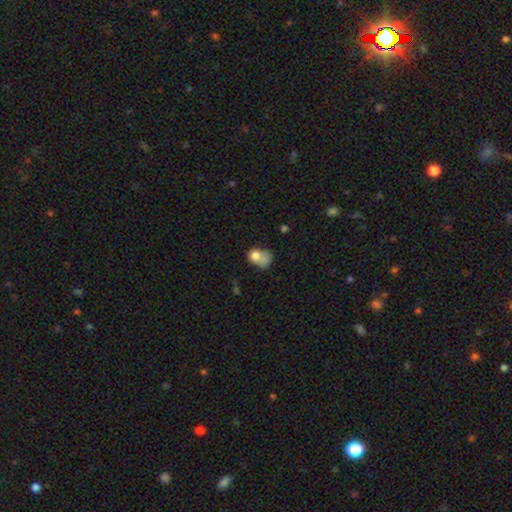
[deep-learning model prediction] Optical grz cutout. It shows a smooth galaxy with no disk features (71%) that is in between round and cigar-shaped (55%). Merging: merger (38%).